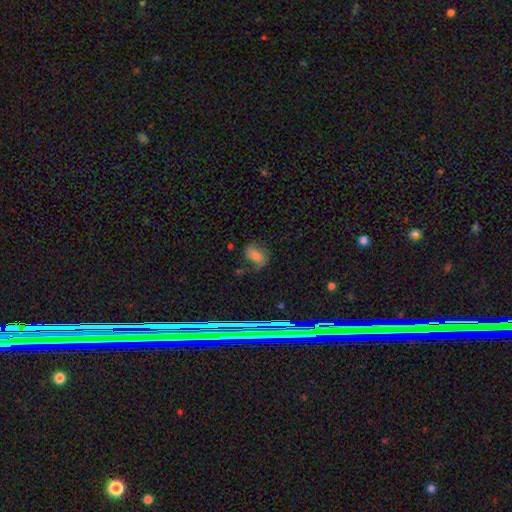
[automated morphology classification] Q: Smooth or featured?
A: smooth (54%); runner-up: featured or disk (30%)
Q: How rounded?
A: in between (80%); runner-up: round (18%)
Q: Merging?
A: none (58%); runner-up: minor disturbance (24%)